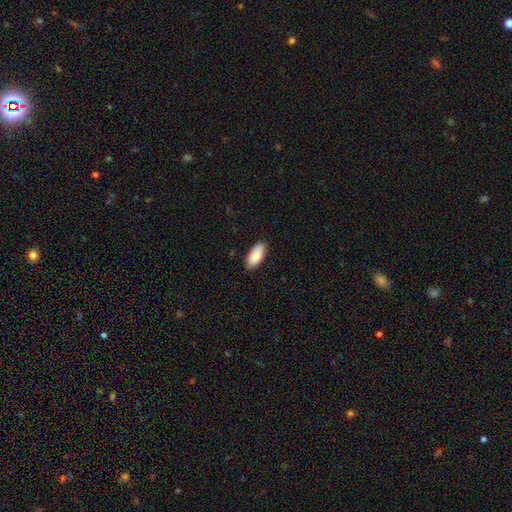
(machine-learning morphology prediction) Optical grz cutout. It shows a smooth galaxy with no disk features (86%) that is in between round and cigar-shaped (91%). Merging: none (86%).